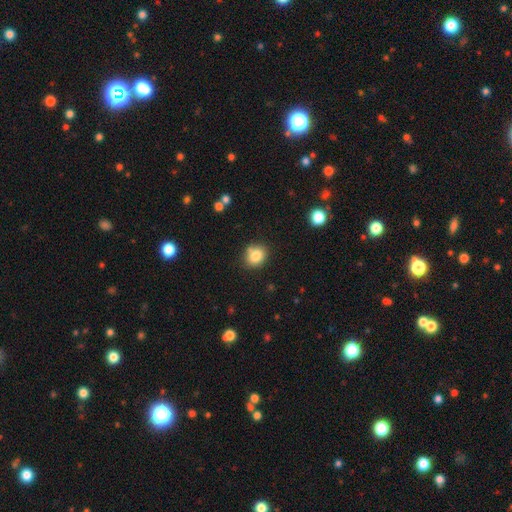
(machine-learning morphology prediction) Q: Smooth or featured?
A: smooth (82%); runner-up: star or artifact (10%)
Q: How rounded?
A: round (68%); runner-up: in between (31%)
Q: Merging?
A: none (74%); runner-up: minor disturbance (14%)